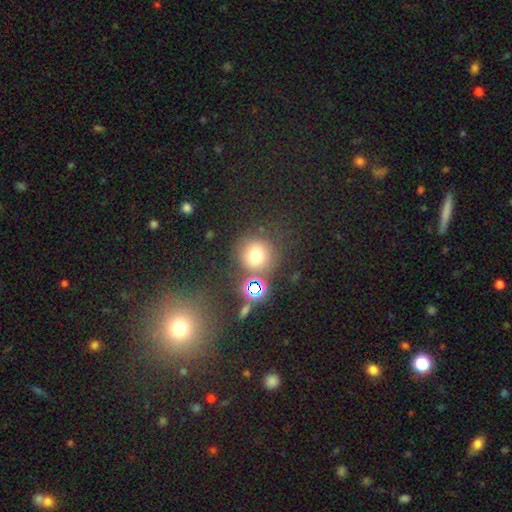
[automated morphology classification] Smooth or featured? smooth (68%)
How rounded? round (93%)
Merging? none (73%)